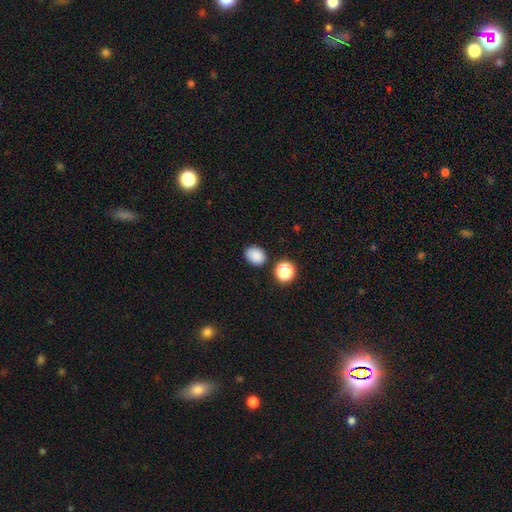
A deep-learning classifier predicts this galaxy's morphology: This is clearly a smooth galaxy (86%). How rounded: possibly in between (58%). Merging: clearly none (82%).